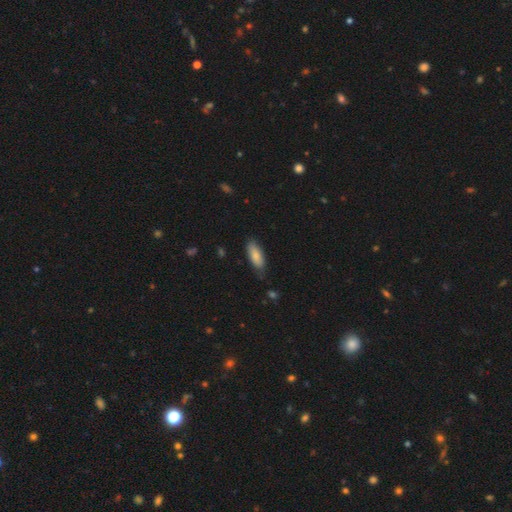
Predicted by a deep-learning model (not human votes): smooth_or_featured: smooth (p=0.83) [alt: featured or disk p=0.11]
how_rounded: in between (p=0.73) [alt: cigar-shaped p=0.25]
merging: none (p=0.74) [alt: minor disturbance p=0.21]